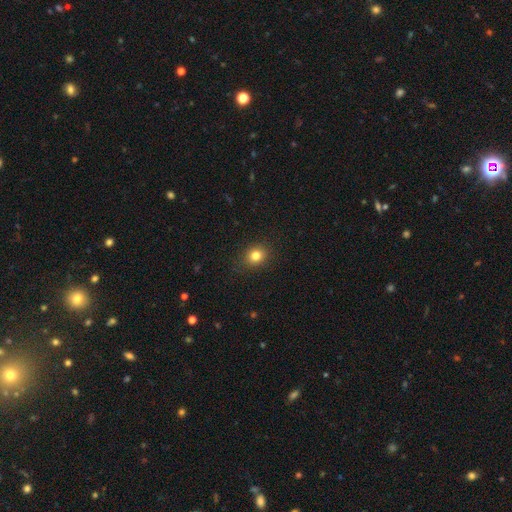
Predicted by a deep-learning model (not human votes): The model was most divided on "how rounded": round: 68%, in between: 31%, cigar-shaped: 1%. More confident: merging — none (88%); smooth or featured — smooth (81%).